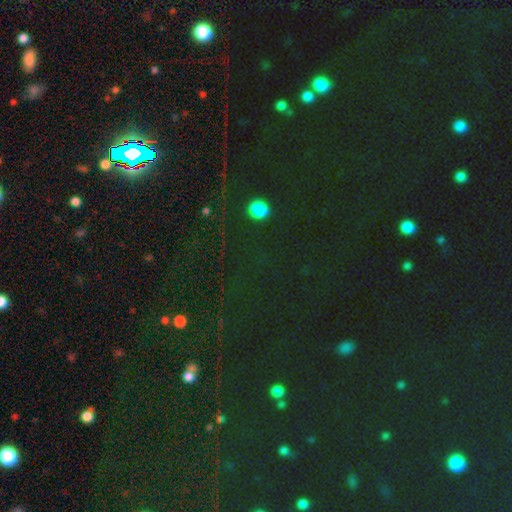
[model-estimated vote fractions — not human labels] This appears to be a star or artifact, not a galaxy (76%).